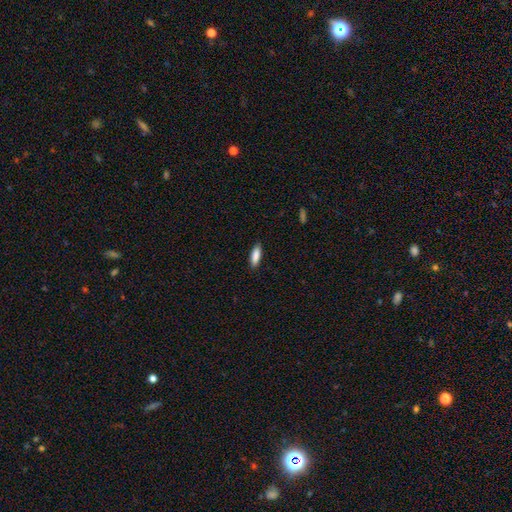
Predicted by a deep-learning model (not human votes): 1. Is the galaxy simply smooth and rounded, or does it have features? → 88% smooth, 6% star or artifact, 6% featured or disk.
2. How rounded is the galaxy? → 55% in between, 43% cigar-shaped, 2% round.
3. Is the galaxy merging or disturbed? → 88% none, 9% minor disturbance, 2% major disturbance, 1% merger.